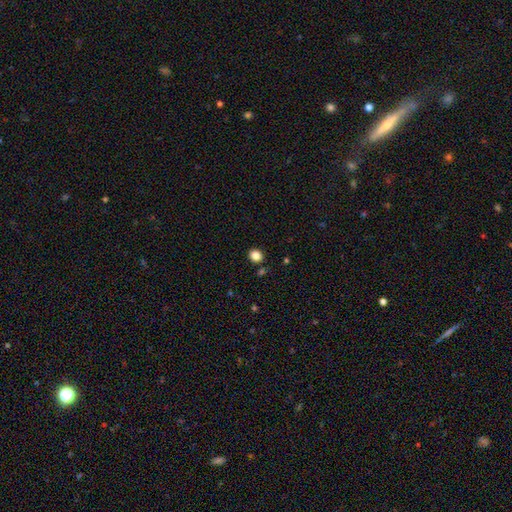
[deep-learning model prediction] A smooth galaxy with no disk features (85%) that is round (80%).

Vote fractions:
- Smooth or featured? smooth: 85% / star or artifact: 11% / featured or disk: 4%
- How rounded? round: 80% / in between: 19% / cigar-shaped: 1%
- Merging? none: 88% / minor disturbance: 6% / merger: 3% / major disturbance: 2%